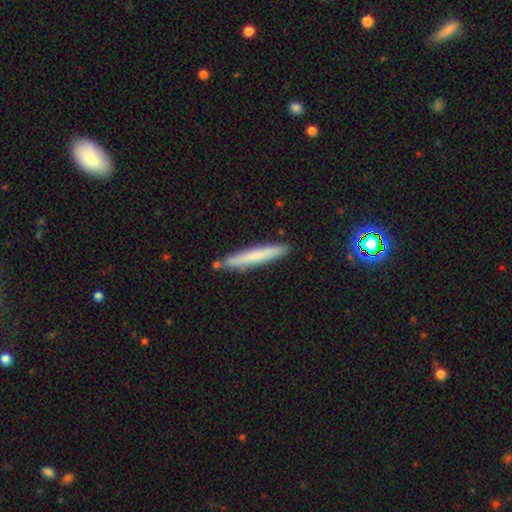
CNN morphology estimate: smooth 66%, featured or disk 26%, star or artifact 7%. Down the decision tree: how rounded — cigar-shaped (96%); merging — none (86%).